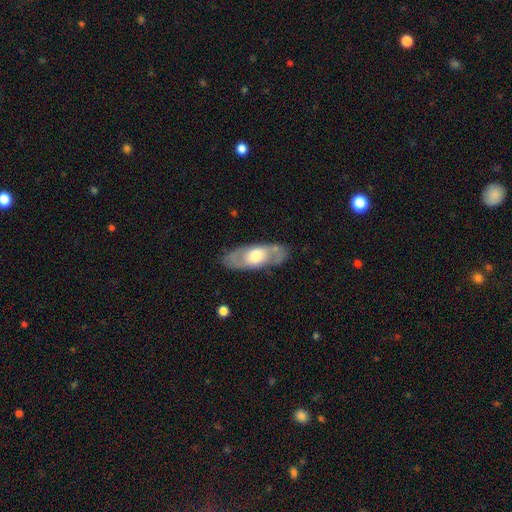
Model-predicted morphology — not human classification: This is possibly a featured or disk galaxy (59%). It is likely not viewed edge-on (77%). Merging: clearly none (80%).